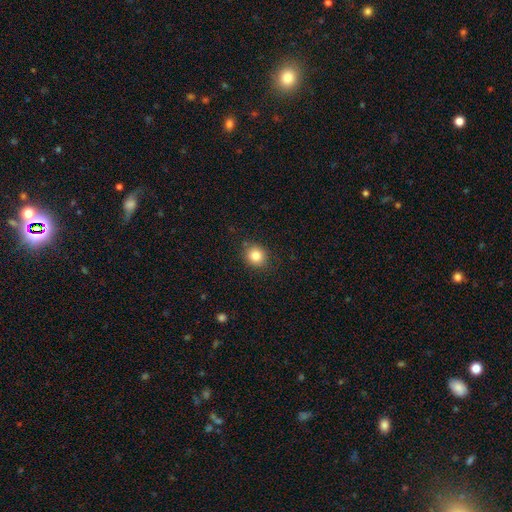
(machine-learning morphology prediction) Overall: smooth (83%). How rounded: round (81%). Merging: none (87%).